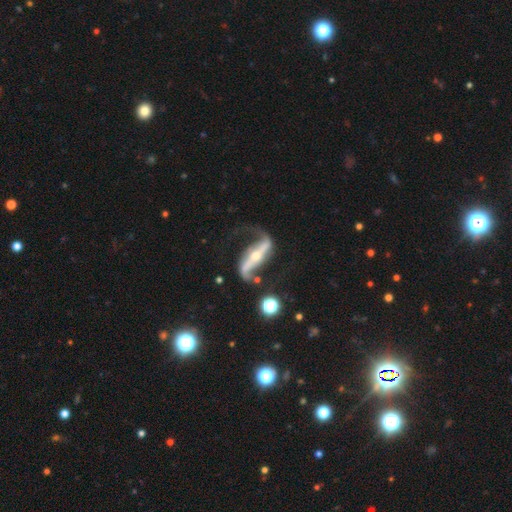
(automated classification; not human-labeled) The model was most divided on "bulge size": small: 54%, moderate: 41%, large: 2%, none: 1%, dominant: 1%. More confident: spiral arms — yes (95%); spiral arm count — 2 (91%); smooth or featured — featured or disk (89%); edge-on disk — no (84%); spiral winding — loose (76%); bar — strong (71%); merging — none (61%).